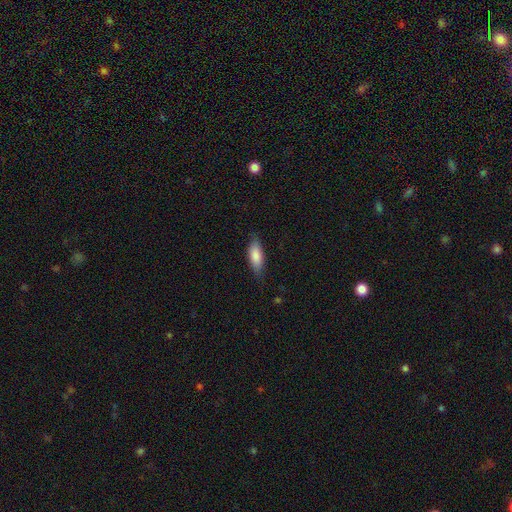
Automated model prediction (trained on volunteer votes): Smooth or featured? Predicted: smooth (p=0.83). How rounded? Predicted: in between (p=0.70). Merging? Predicted: none (p=0.77).